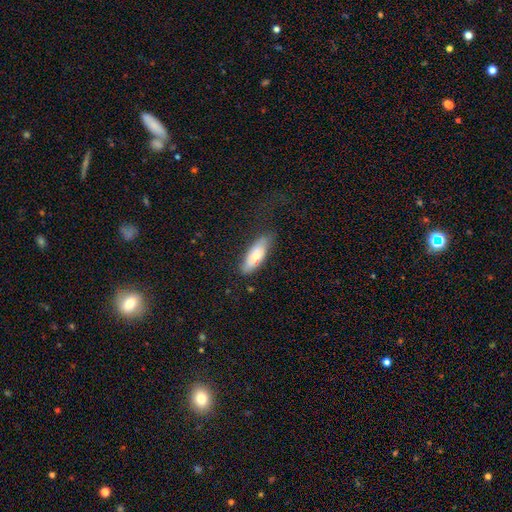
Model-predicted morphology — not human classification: Smooth or featured?
  - smooth: 68% *
  - featured or disk: 25%
  - star or artifact: 6%
How rounded?
  - in between: 65% *
  - cigar-shaped: 33%
  - round: 2%
Merging?
  - none: 72% *
  - minor disturbance: 21%
  - major disturbance: 5%
  - merger: 2%